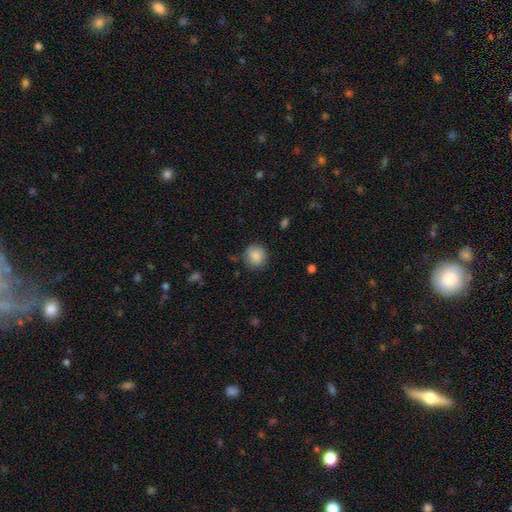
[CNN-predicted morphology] Smooth or featured? smooth (87%)
How rounded? round (87%)
Merging? none (82%)